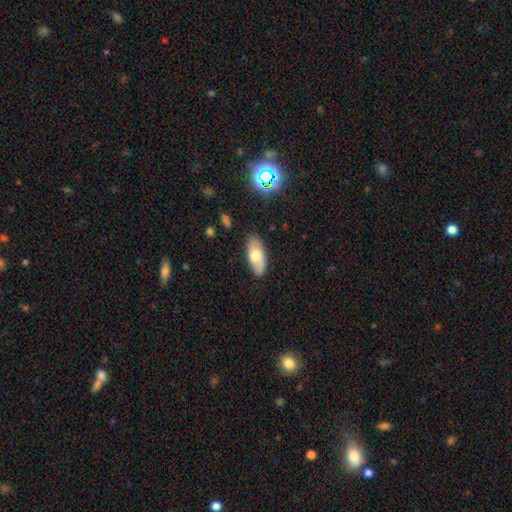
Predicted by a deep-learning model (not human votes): smooth 67%, featured or disk 26%, star or artifact 7%. Down the decision tree: how rounded — in between (87%); merging — none (82%).